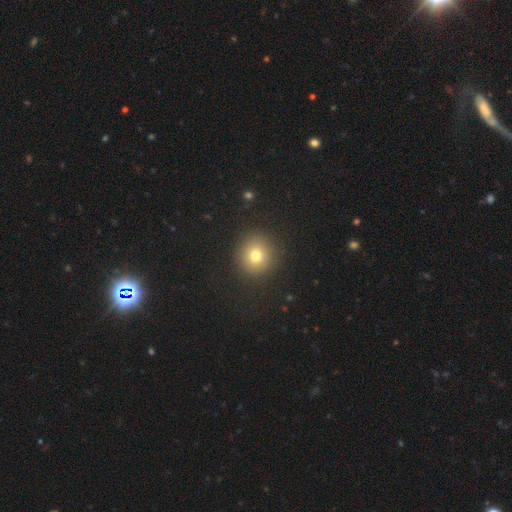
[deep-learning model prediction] Overall: smooth (75%). How rounded: round (92%). Merging: none (90%).